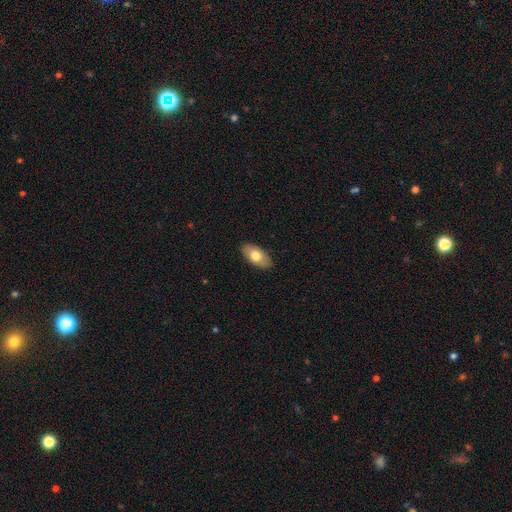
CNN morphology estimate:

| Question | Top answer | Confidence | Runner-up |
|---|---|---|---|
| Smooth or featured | smooth | 73% | featured or disk (21%) |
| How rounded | in between | 93% | round (3%) |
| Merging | none | 88% | minor disturbance (9%) |